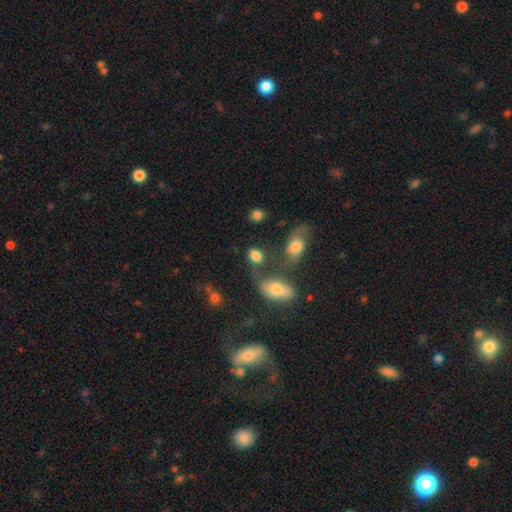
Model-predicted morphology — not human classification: Overall: smooth (81%). How rounded: in between (72%). Merging: none (48%; merger 27%).